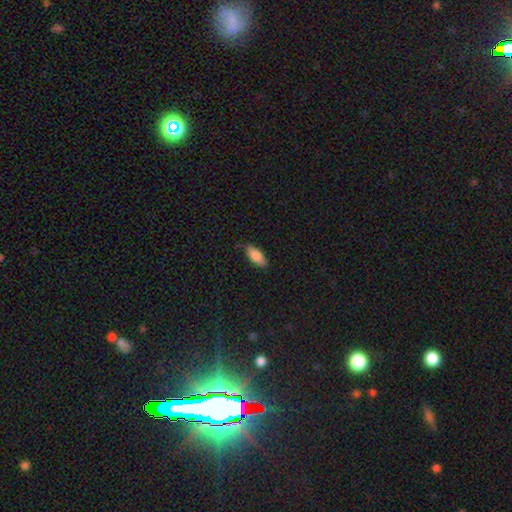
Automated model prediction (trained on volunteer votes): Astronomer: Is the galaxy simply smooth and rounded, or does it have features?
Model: smooth — 84%.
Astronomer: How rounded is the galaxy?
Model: in between — 80%.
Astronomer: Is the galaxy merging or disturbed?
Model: none — 77%.